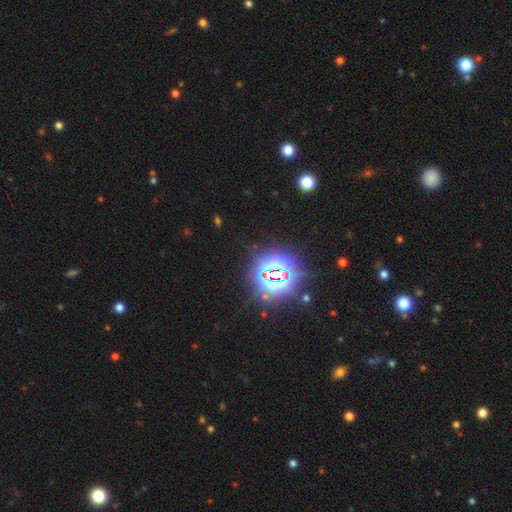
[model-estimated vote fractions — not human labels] star or artifact 85%, smooth 9%, featured or disk 6%.